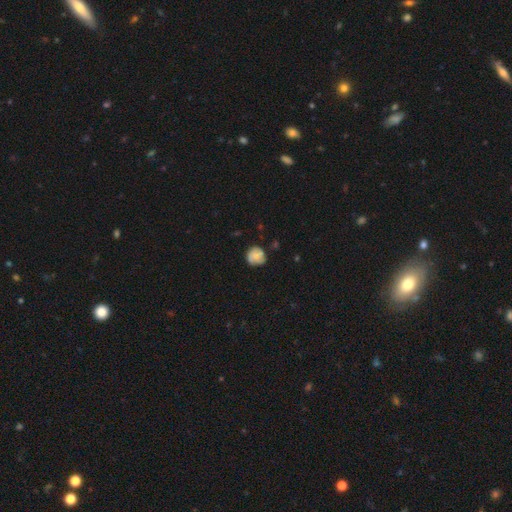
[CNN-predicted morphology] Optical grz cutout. It shows a smooth galaxy with no disk features (58%) that is round (84%). Merging: none (68%).